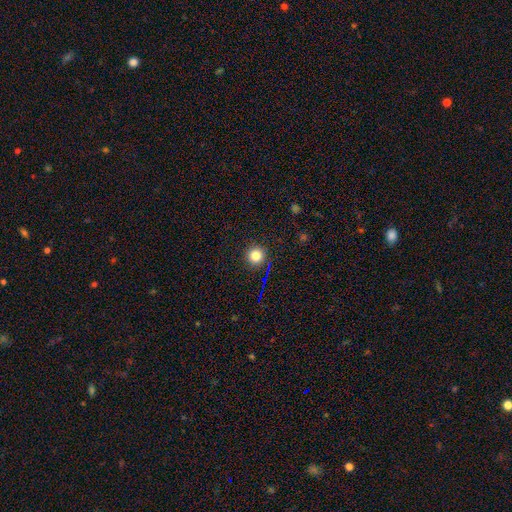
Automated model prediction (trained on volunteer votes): Smooth or featured?
  - smooth: 80% *
  - star or artifact: 14%
  - featured or disk: 6%
How rounded?
  - round: 95% *
  - in between: 4%
  - cigar-shaped: 1%
Merging?
  - none: 91% *
  - minor disturbance: 6%
  - major disturbance: 2%
  - merger: 1%